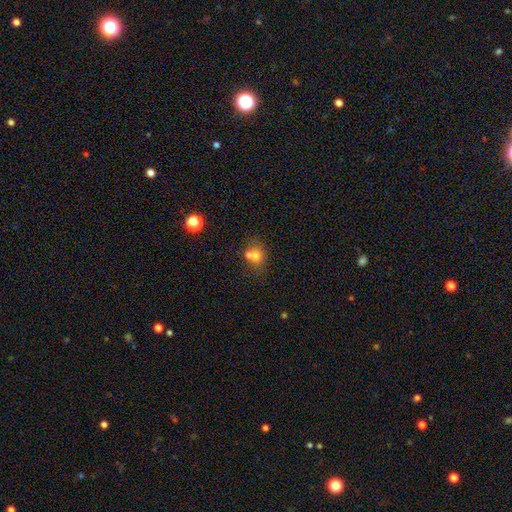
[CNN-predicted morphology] smooth-or-featured: smooth: 67% | featured or disk: 18% | star or artifact: 15%
  how-rounded: round: 72% | in between: 27% | cigar-shaped: 1%
  merging: merger: 47% | none: 41% | minor disturbance: 8% | major disturbance: 3%